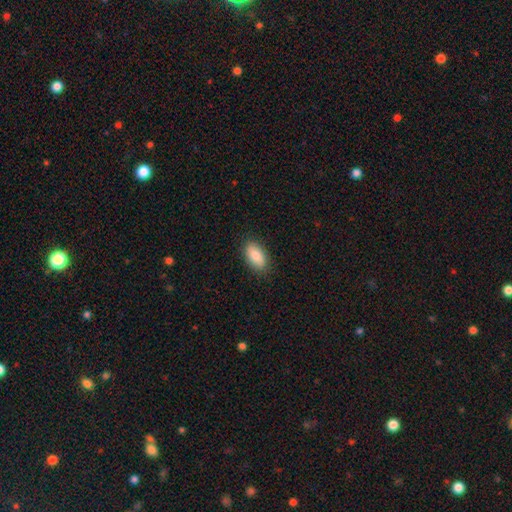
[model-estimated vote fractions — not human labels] Q: Smooth or featured?
A: smooth (86%); runner-up: featured or disk (8%)
Q: How rounded?
A: in between (91%); runner-up: cigar-shaped (5%)
Q: Merging?
A: none (87%); runner-up: minor disturbance (10%)